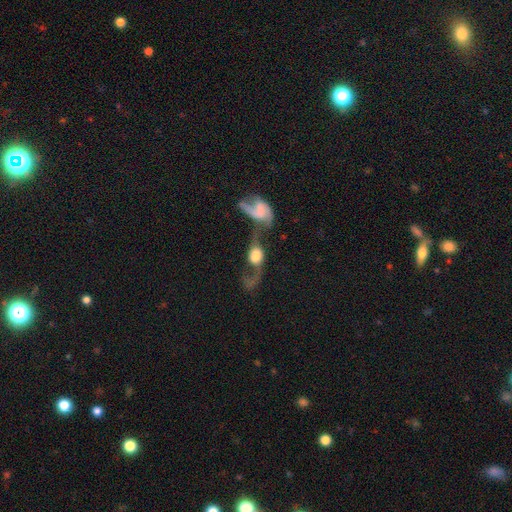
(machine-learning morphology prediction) Smooth or featured? featured or disk (67%)
Edge-on disk? no (86%)
Bar? no (67%)
Spiral arms? yes (81%)
Bulge size? large (46%)
Merging? merger (58%)